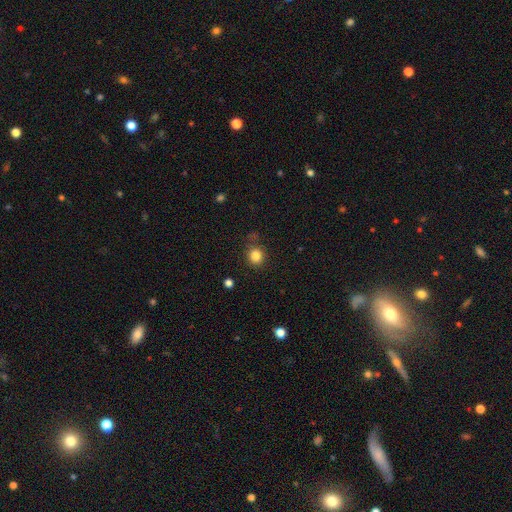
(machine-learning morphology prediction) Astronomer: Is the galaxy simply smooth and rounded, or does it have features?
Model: smooth — 84%.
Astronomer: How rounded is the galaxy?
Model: round — 79%.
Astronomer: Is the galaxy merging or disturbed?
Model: none — 77%.